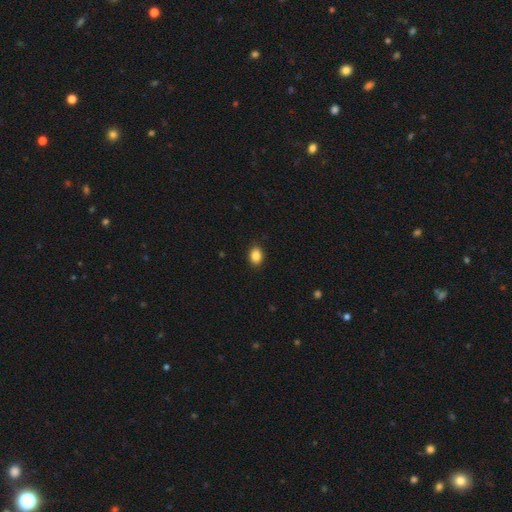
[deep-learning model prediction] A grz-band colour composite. It shows a smooth galaxy with no disk features (87%) that is in between round and cigar-shaped (69%). Merging: none (90%).